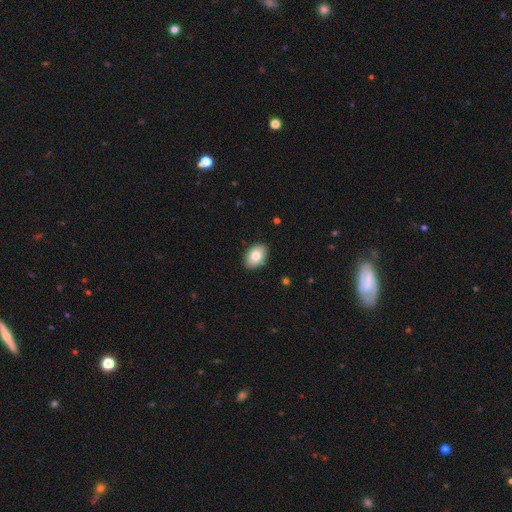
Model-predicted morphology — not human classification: Smooth or featured: smooth — 79% (featured or disk — 14%)
How rounded: in between — 86% (round — 13%)
Merging: none — 88% (minor disturbance — 9%)